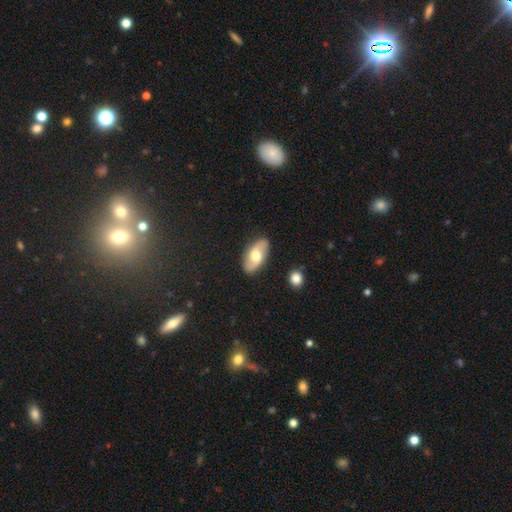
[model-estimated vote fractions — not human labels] Q: Smooth or featured?
A: featured or disk (51%); runner-up: smooth (43%)
Q: Edge-on disk?
A: no (89%); runner-up: yes (11%)
Q: Merging?
A: none (85%); runner-up: minor disturbance (11%)